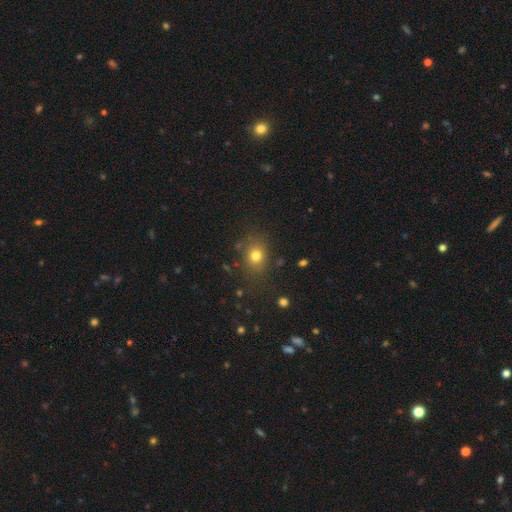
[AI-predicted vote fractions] This is likely a smooth galaxy (77%). How rounded: possibly round (57%). Merging: likely none (79%).